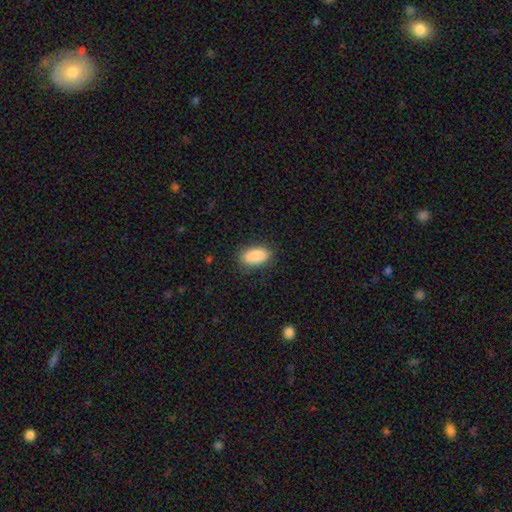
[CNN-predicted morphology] This is clearly a smooth galaxy (89%). How rounded: clearly in between (92%). Merging: clearly none (85%).